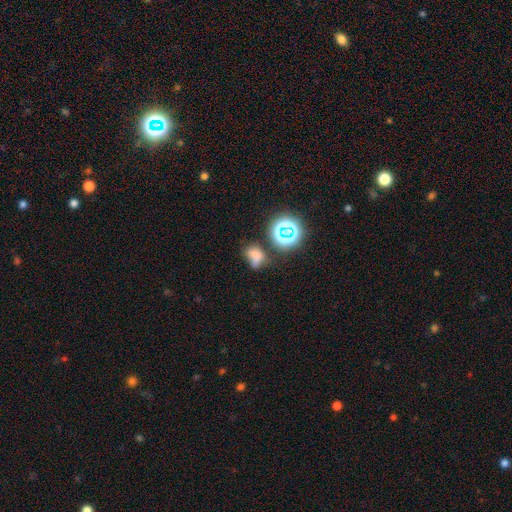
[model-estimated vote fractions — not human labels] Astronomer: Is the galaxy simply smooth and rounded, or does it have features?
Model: smooth — 61%.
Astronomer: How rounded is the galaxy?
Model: in between — 60% (runner-up: round, 38%).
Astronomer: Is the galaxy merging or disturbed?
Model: none — 37% (runner-up: minor disturbance, 27%).